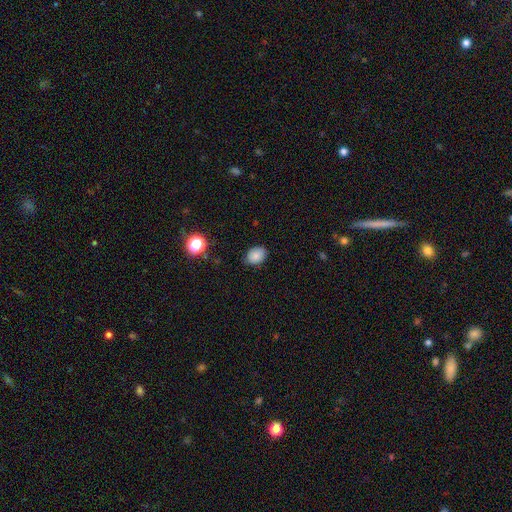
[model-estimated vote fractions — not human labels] The model was most divided on "how rounded": in between: 67%, round: 32%, cigar-shaped: 1%. More confident: smooth or featured — smooth (83%); merging — none (82%).